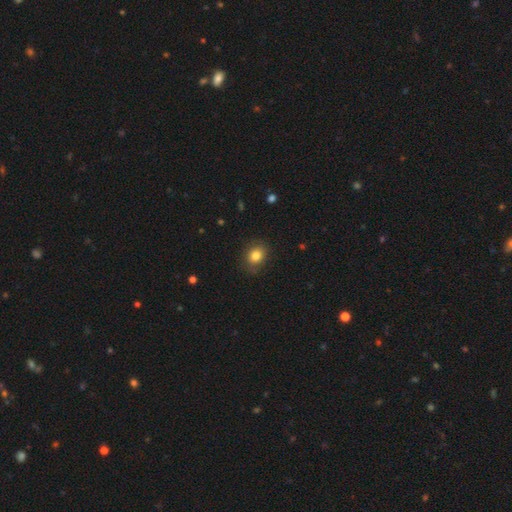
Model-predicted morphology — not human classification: smooth 82%, star or artifact 10%, featured or disk 8%. Down the decision tree: how rounded — round (59%); merging — none (82%).